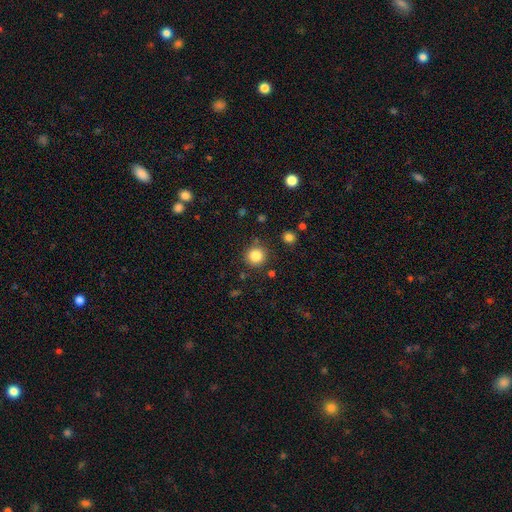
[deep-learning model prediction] A smooth galaxy with no disk features (84%) that is round (93%). Merging: none (86%).